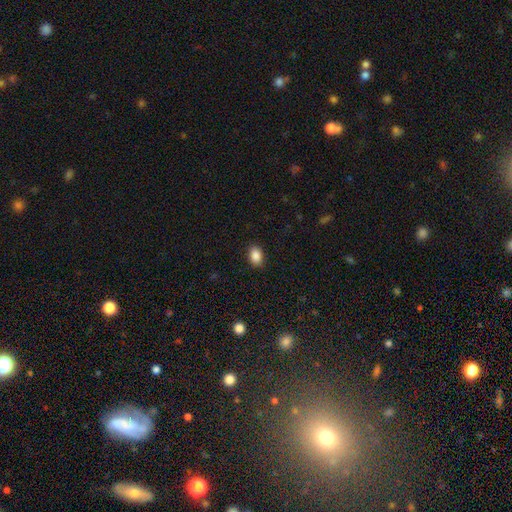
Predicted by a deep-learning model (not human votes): A smooth galaxy with no disk features (88%) that is in between round and cigar-shaped (85%).

Vote fractions:
- Smooth or featured? smooth: 88% / star or artifact: 8% / featured or disk: 4%
- How rounded? in between: 85% / round: 14% / cigar-shaped: 1%
- Merging? none: 89% / minor disturbance: 8% / major disturbance: 2% / merger: 1%